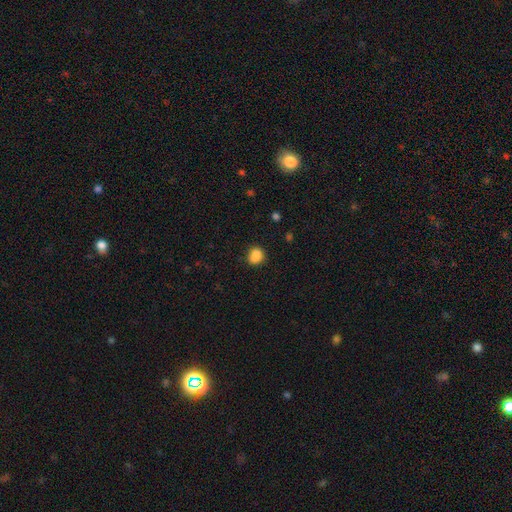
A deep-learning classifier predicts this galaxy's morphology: smooth-or-featured: smooth: 85% | star or artifact: 10% | featured or disk: 5%
  how-rounded: round: 62% | in between: 37% | cigar-shaped: 1%
  merging: none: 69% | minor disturbance: 17% | merger: 9% | major disturbance: 5%